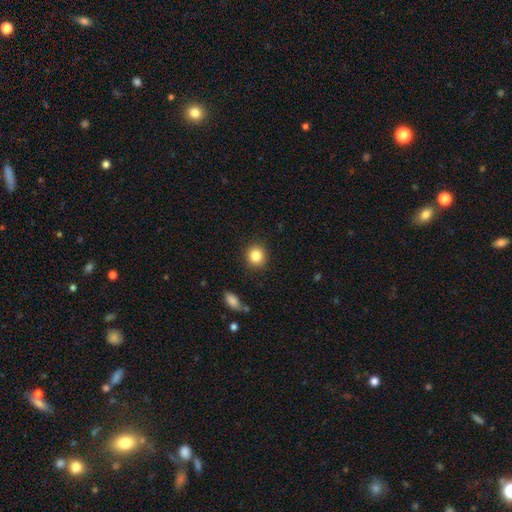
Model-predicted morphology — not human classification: A smooth galaxy with no disk features (84%) that is round (88%). Merging: none (89%).